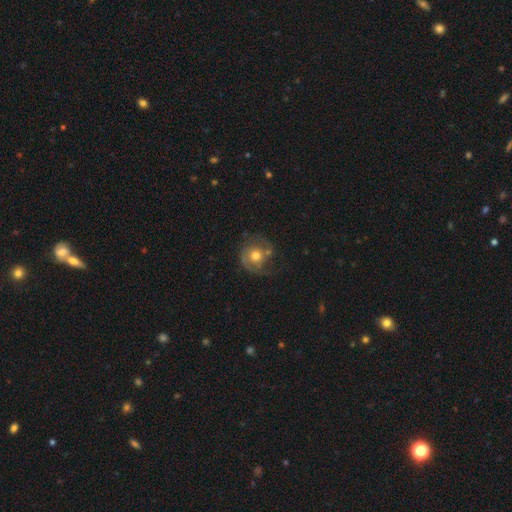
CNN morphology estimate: type=featured or disk (63%); edge-on=no (97%); bar=no (79%); spiral arms=yes (82%); winding=medium (41%); arm count=2 (58%); bulge=moderate (74%); merging=none (57%).